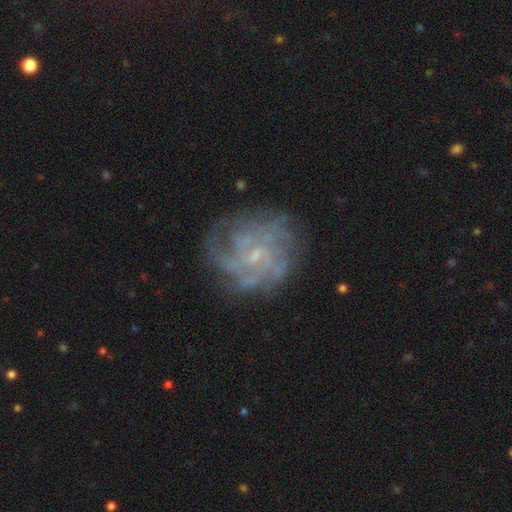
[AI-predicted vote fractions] featured or disk 78%, smooth 11%, star or artifact 10%. Down the decision tree: edge-on disk — no (98%); bar — no (59%); spiral arms — yes (88%); spiral arm count — can't tell (38%); spiral winding — tight (50%); bulge size — small (73%); merging — none (71%).